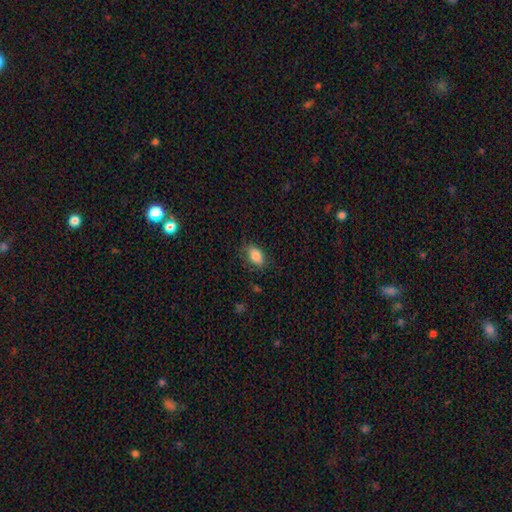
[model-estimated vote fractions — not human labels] Morphology: type=smooth (84%); roundness=in between (90%); merging=none (76%).